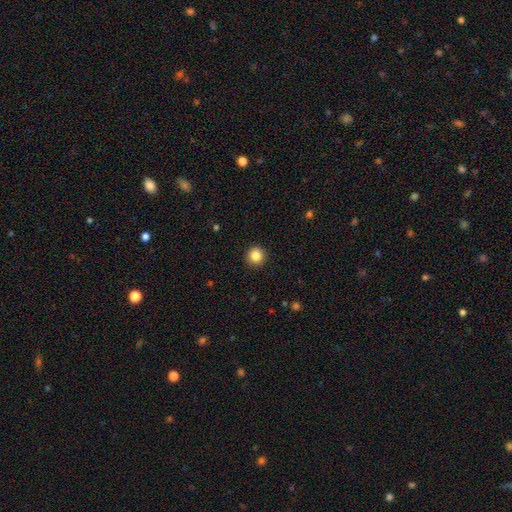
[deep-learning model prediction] Overall: smooth (85%). How rounded: round (95%). Merging: none (93%).